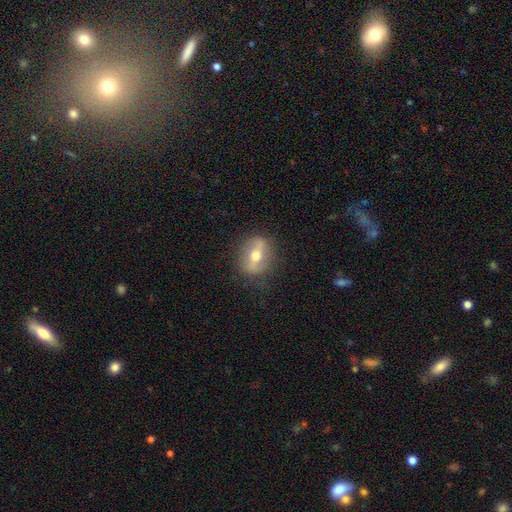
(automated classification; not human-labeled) Smooth or featured: featured or disk — 59% (smooth — 33%)
Edge-on disk: no — 72% (yes — 28%)
Merging: none — 82% (minor disturbance — 12%)